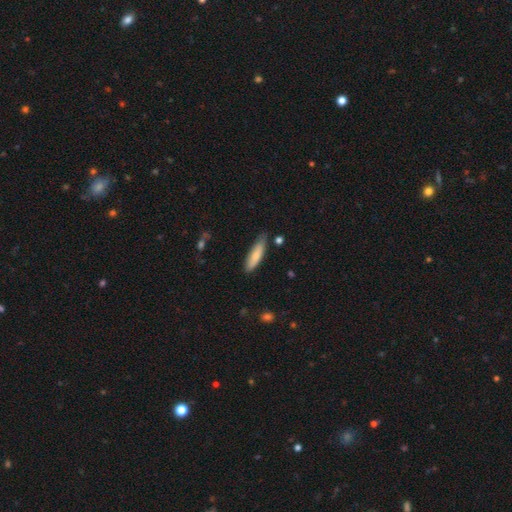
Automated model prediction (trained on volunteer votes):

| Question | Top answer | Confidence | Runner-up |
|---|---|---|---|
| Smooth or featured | smooth | 74% | featured or disk (20%) |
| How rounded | cigar-shaped | 68% | in between (31%) |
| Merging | none | 75% | minor disturbance (20%) |